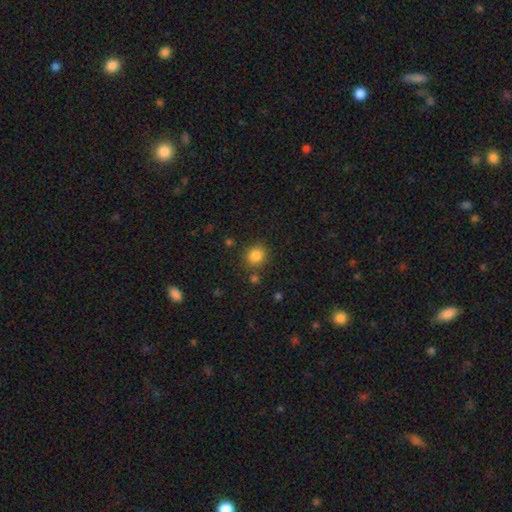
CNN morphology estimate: A smooth galaxy with no disk features (84%) that is round (81%). Merging: none (82%).